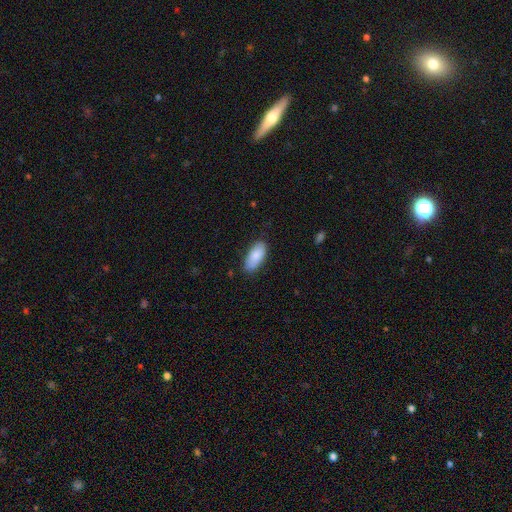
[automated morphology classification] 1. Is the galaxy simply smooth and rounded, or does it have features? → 86% smooth, 8% featured or disk, 6% star or artifact.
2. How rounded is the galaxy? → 89% in between, 9% cigar-shaped, 2% round.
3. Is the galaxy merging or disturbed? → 82% none, 15% minor disturbance, 3% major disturbance, 1% merger.